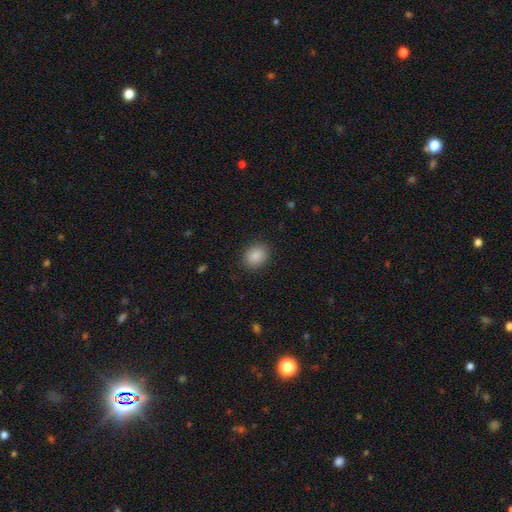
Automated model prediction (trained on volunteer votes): Q: Smooth or featured?
A: smooth (86%); runner-up: star or artifact (9%)
Q: How rounded?
A: round (59%); runner-up: in between (40%)
Q: Merging?
A: none (88%); runner-up: minor disturbance (8%)